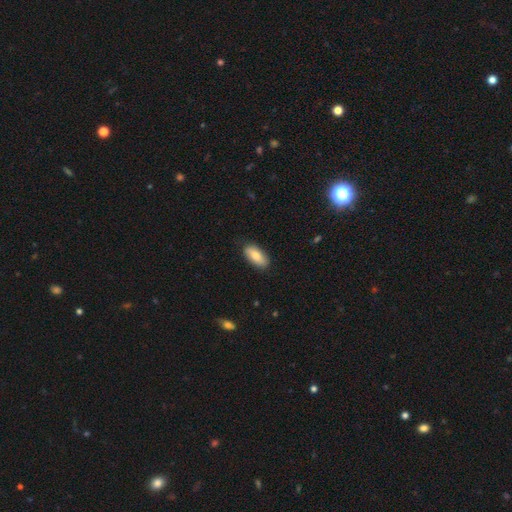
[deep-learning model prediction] The model was most divided on "smooth or featured": smooth: 81%, featured or disk: 13%, star or artifact: 6%. More confident: how rounded — in between (88%); merging — none (86%).